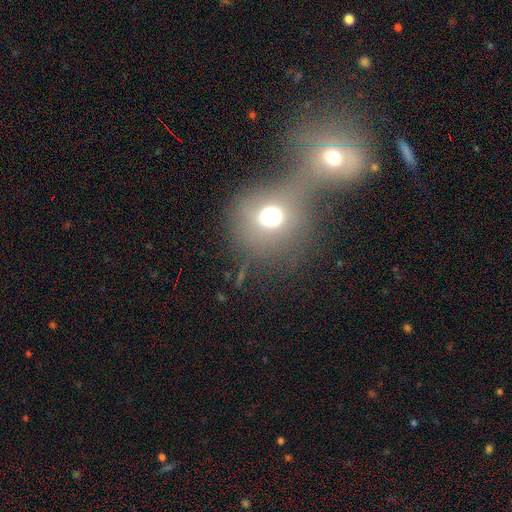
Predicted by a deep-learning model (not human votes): Smooth or featured: smooth — 59% (star or artifact — 23%)
How rounded: round — 82% (in between — 17%)
Merging: merger — 67% (none — 21%)